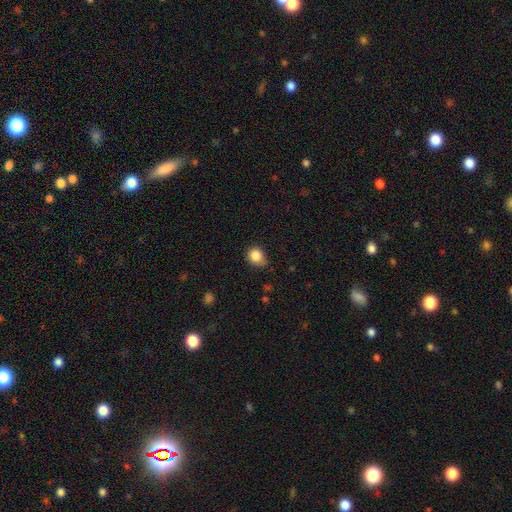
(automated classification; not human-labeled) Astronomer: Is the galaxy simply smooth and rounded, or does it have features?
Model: smooth — 85%.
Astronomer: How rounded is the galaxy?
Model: round — 76%.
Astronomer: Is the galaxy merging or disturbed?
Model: none — 61%.